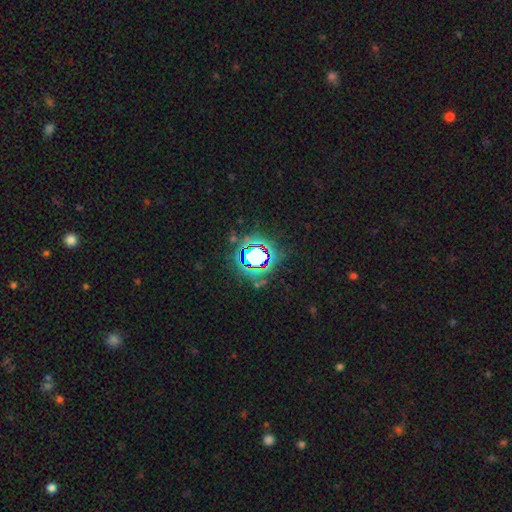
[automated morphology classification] smooth-or-featured: star or artifact: 70% | smooth: 16% | featured or disk: 13%